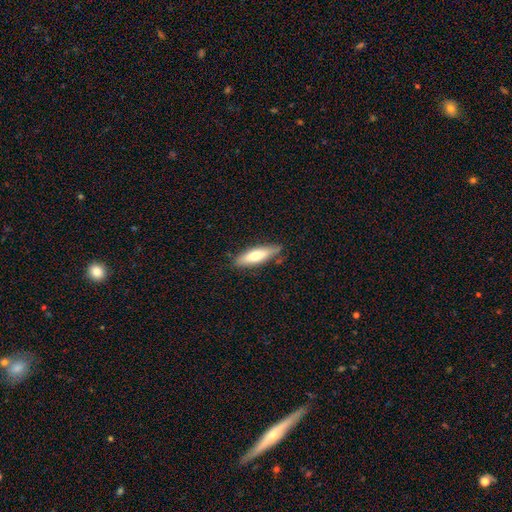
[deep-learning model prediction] Smooth or featured? Predicted: smooth (p=0.65). How rounded? Predicted: cigar-shaped (p=0.60). Merging? Predicted: none (p=0.80).